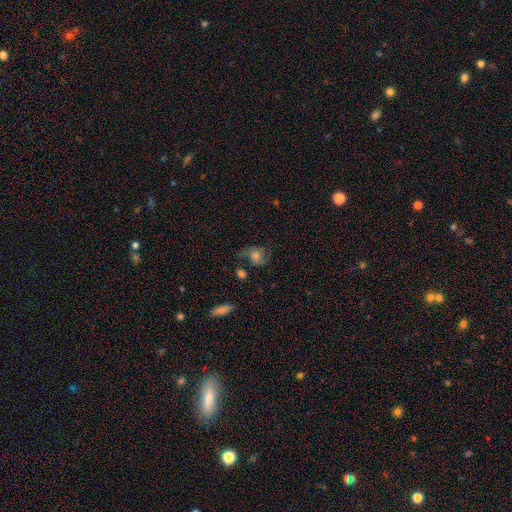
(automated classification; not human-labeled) A featured or disk galaxy (61%) with no bar (73%), 2 (81%) medium (43%) spiral arms (90%) and a moderate central bulge (46%).

Vote fractions:
- Smooth or featured? featured or disk: 61% / smooth: 28% / star or artifact: 11%
- Edge-on disk? no: 97% / yes: 3%
- Bar? no: 73% / weak: 23% / strong: 4%
- Spiral arms? yes: 90% / no: 10%
- Spiral winding? medium: 43% / loose: 42% / tight: 15%
- Spiral arm count? 2: 81% / 1: 7% / can't tell: 7% / 3: 2% / 4: 1% / more than 4: 1%
- Bulge size? moderate: 46% / small: 21% / large: 21% / none: 9% / dominant: 4%
- Merging? none: 55% / minor disturbance: 20% / major disturbance: 19% / merger: 6%